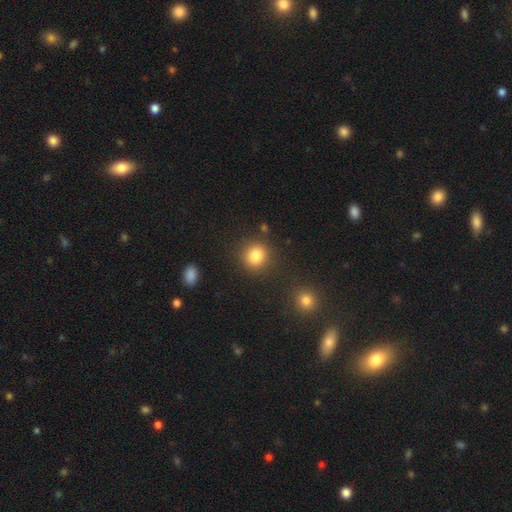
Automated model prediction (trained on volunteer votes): Q: Smooth or featured?
A: smooth (83%); runner-up: star or artifact (11%)
Q: How rounded?
A: round (87%); runner-up: in between (12%)
Q: Merging?
A: none (84%); runner-up: minor disturbance (8%)